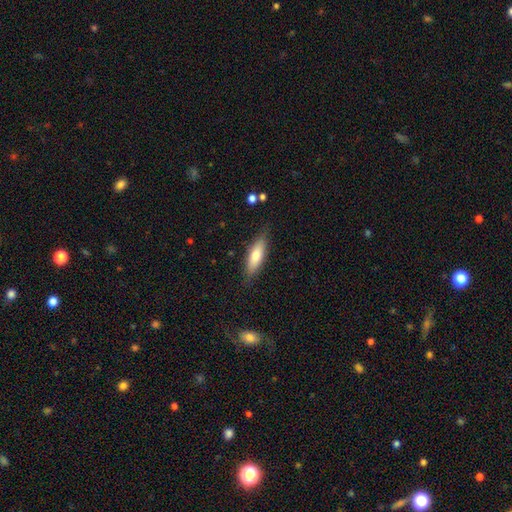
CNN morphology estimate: Overall: smooth (68%). How rounded: in between (51%; cigar-shaped 47%). Merging: none (82%).